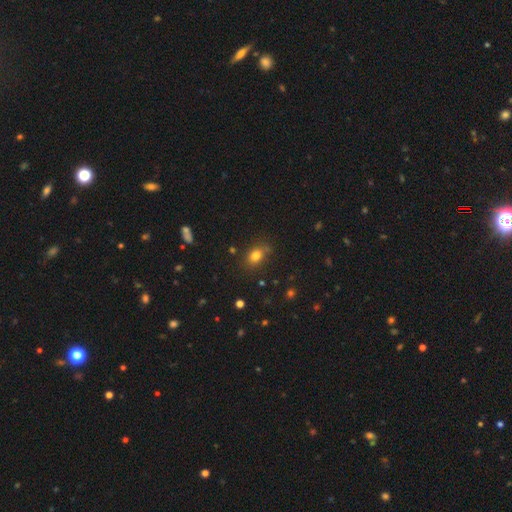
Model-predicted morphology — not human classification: Smooth or featured: smooth — 79% (star or artifact — 13%)
How rounded: in between — 63% (round — 35%)
Merging: none — 74% (minor disturbance — 17%)